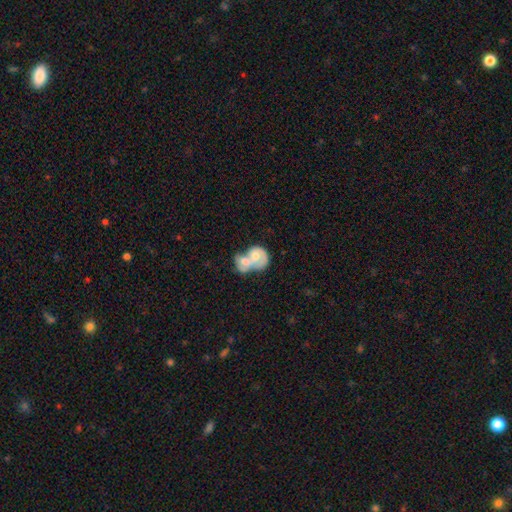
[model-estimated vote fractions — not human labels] A featured or disk galaxy (54%) with no bar (79%), spiral arms (58%) and a moderate central bulge (65%). Merging: merger (81%).